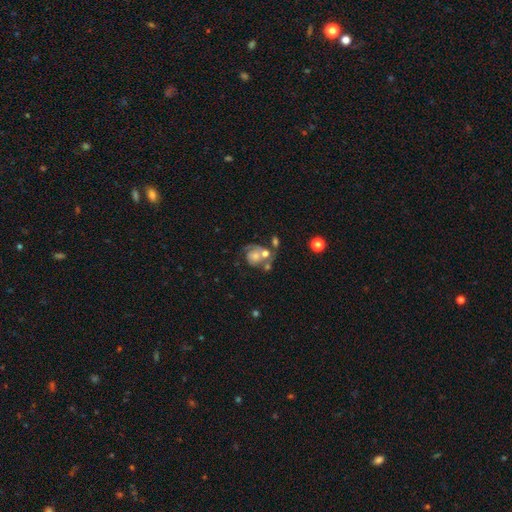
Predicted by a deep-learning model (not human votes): A featured or disk galaxy (61%) with no bar (82%), spiral arms (74%) and a moderate central bulge (39%).

Vote fractions:
- Smooth or featured? featured or disk: 61% / smooth: 30% / star or artifact: 9%
- Edge-on disk? no: 98% / yes: 2%
- Bar? no: 82% / weak: 15% / strong: 3%
- Spiral arms? yes: 74% / no: 26%
- Bulge size? moderate: 39% / small: 34% / none: 15% / large: 9% / dominant: 3%
- Merging? merger: 33% / none: 29% / major disturbance: 22% / minor disturbance: 16%